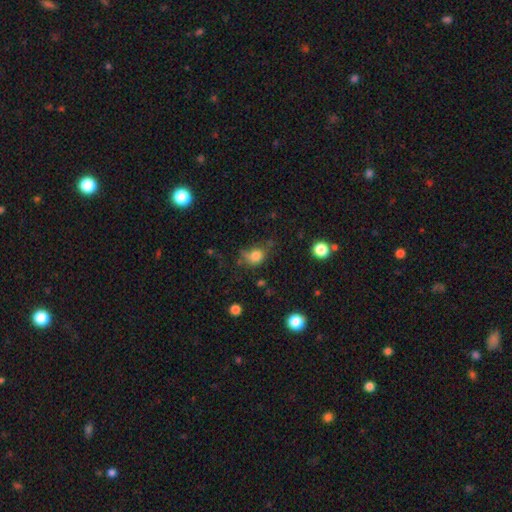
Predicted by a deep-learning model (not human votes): Smooth or featured: smooth — 78% (star or artifact — 14%)
How rounded: round — 60% (in between — 39%)
Merging: none — 53% (minor disturbance — 27%)